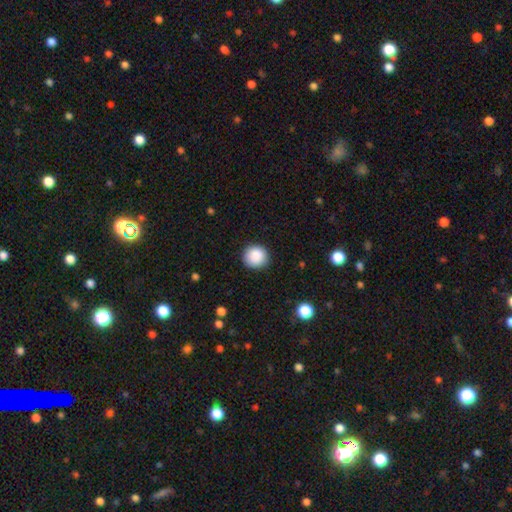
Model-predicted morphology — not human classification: This is clearly a smooth galaxy (88%). How rounded: clearly round (94%). Merging: clearly none (89%).